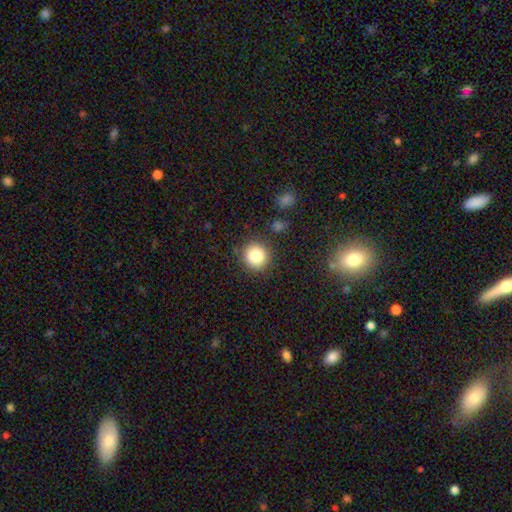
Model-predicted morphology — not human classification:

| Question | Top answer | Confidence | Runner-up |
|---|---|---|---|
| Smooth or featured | smooth | 84% | star or artifact (10%) |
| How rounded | round | 91% | in between (8%) |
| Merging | none | 87% | minor disturbance (8%) |